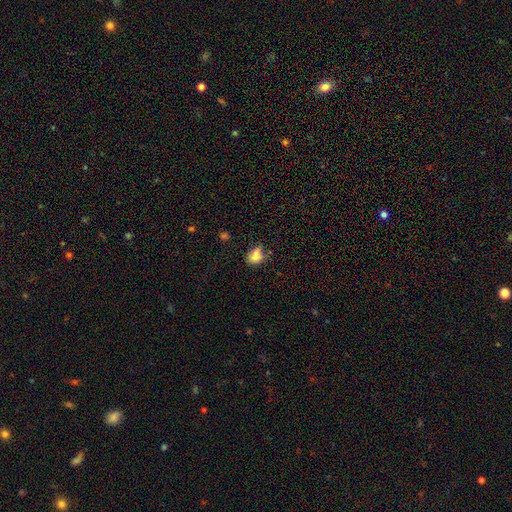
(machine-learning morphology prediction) This appears to be a smooth galaxy with no disk features (81%) that is in between round and cigar-shaped (72%). Merging: none (45%).